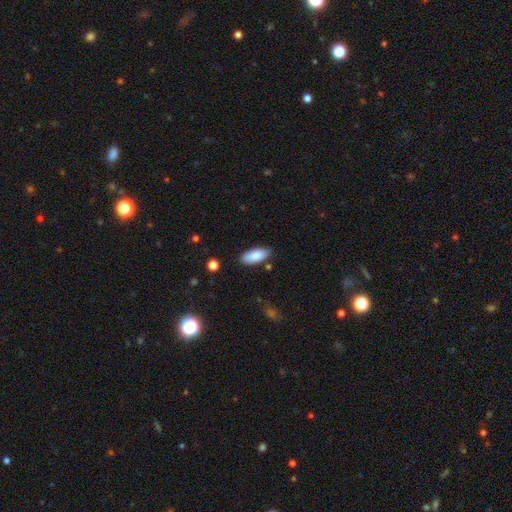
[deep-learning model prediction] Q: Smooth or featured?
A: smooth (84%); runner-up: featured or disk (10%)
Q: How rounded?
A: in between (87%); runner-up: cigar-shaped (11%)
Q: Merging?
A: none (83%); runner-up: minor disturbance (12%)